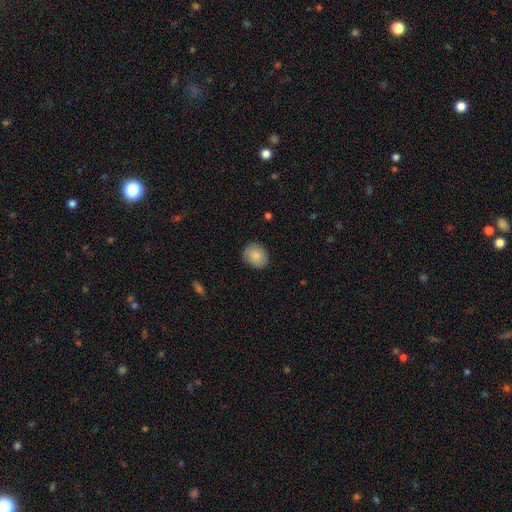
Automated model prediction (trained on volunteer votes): smooth-or-featured: smooth: 84% | featured or disk: 9% | star or artifact: 7%
  how-rounded: round: 71% | in between: 28% | cigar-shaped: 1%
  merging: none: 82% | minor disturbance: 14% | major disturbance: 3% | merger: 1%